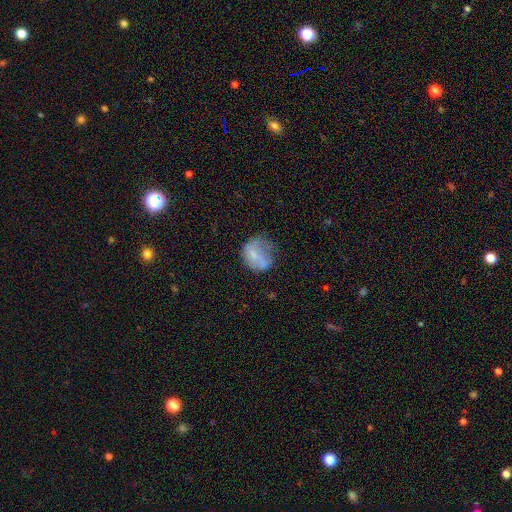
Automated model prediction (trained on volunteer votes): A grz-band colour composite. It shows a smooth galaxy with no disk features (58%) that is round (62%). Merging: none (38%).